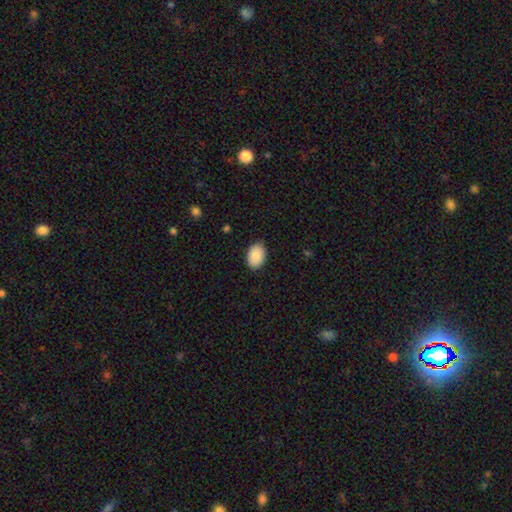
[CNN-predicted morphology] Overall: smooth (89%). How rounded: in between (82%). Merging: none (88%).